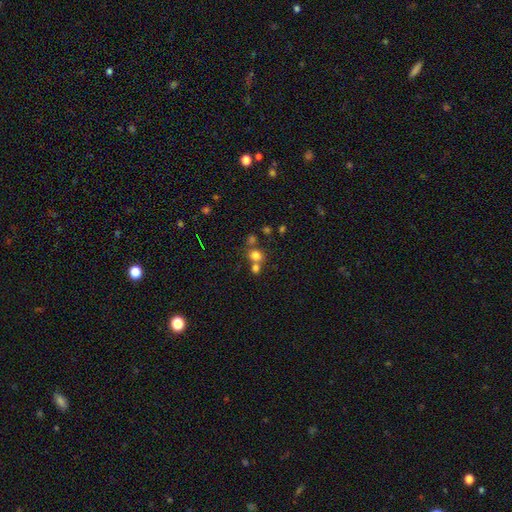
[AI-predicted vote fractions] smooth_or_featured: smooth (p=0.74) [alt: star or artifact p=0.17]
how_rounded: round (p=0.82) [alt: in between p=0.17]
merging: none (p=0.52) [alt: merger p=0.37]